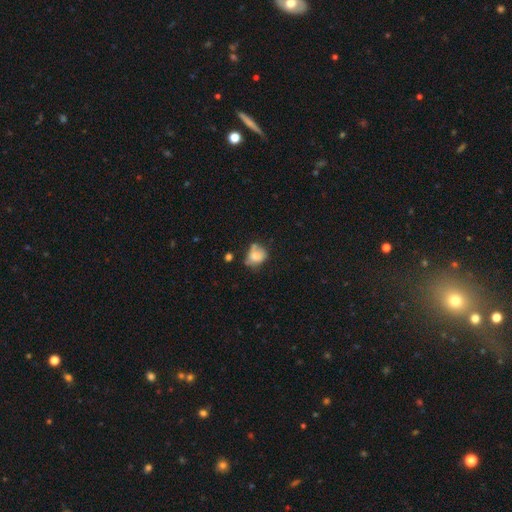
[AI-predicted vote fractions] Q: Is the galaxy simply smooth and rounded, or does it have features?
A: smooth — 70%.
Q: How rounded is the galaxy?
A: round — 54%.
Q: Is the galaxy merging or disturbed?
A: none — 40%.